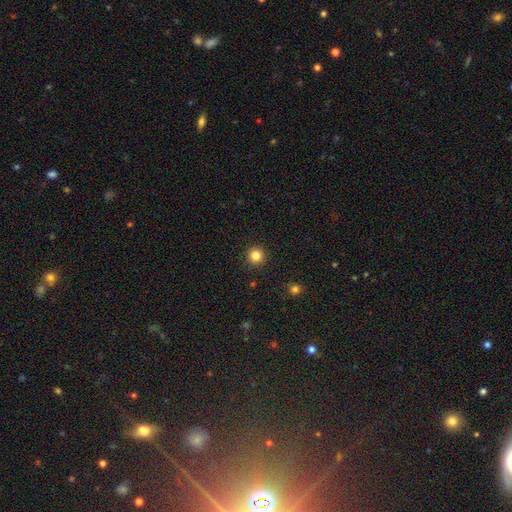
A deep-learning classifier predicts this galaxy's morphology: Smooth or featured? smooth (84%)
How rounded? round (96%)
Merging? none (92%)